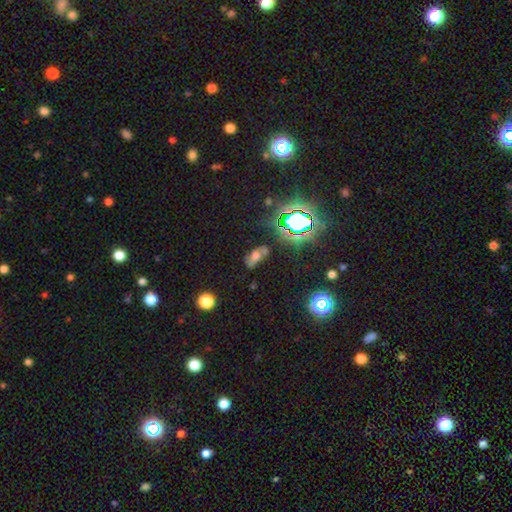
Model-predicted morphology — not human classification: Smooth or featured?
  - featured or disk: 40% *
  - smooth: 36%
  - star or artifact: 24%
Merging?
  - none: 53% *
  - minor disturbance: 23%
  - major disturbance: 15%
  - merger: 9%